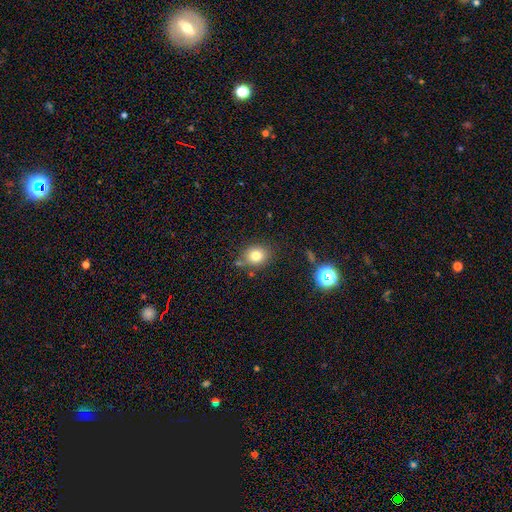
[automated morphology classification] The model was most divided on "how rounded": round: 67%, in between: 32%, cigar-shaped: 1%. More confident: smooth or featured — smooth (78%); merging — none (74%).